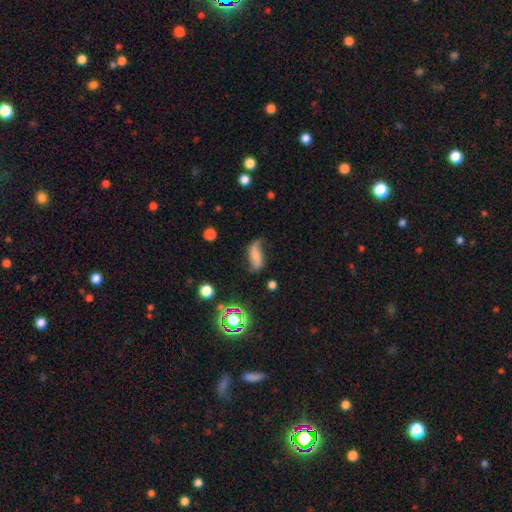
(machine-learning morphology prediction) A smooth galaxy with no disk features (45%).

Vote fractions:
- Smooth or featured? smooth: 45% / featured or disk: 42% / star or artifact: 13%
- Merging? none: 52% / minor disturbance: 31% / major disturbance: 14% / merger: 4%